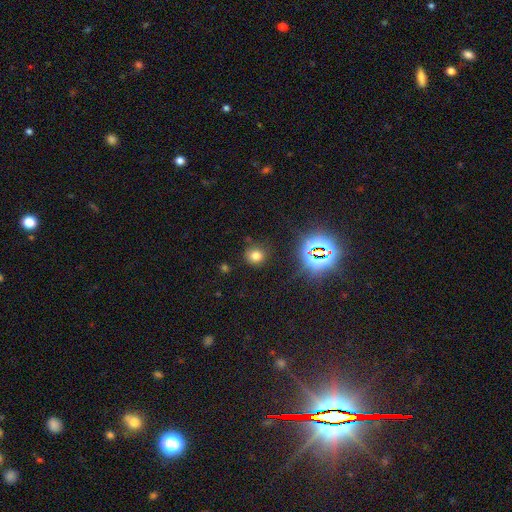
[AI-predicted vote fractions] A smooth galaxy with no disk features (70%) that is round (86%). Merging: none (84%).